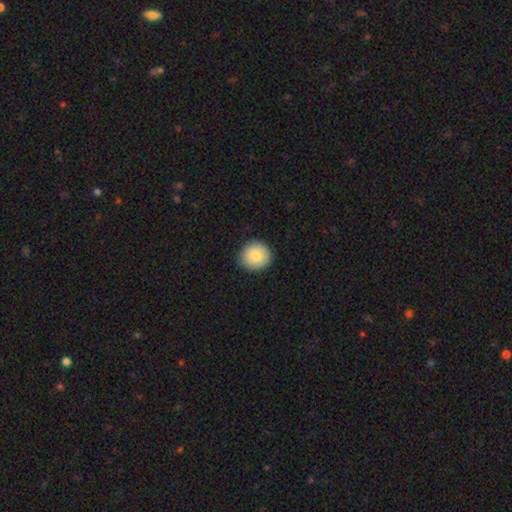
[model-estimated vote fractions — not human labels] Q: Smooth or featured?
A: smooth (83%); runner-up: featured or disk (9%)
Q: How rounded?
A: round (92%); runner-up: in between (7%)
Q: Merging?
A: none (89%); runner-up: minor disturbance (8%)